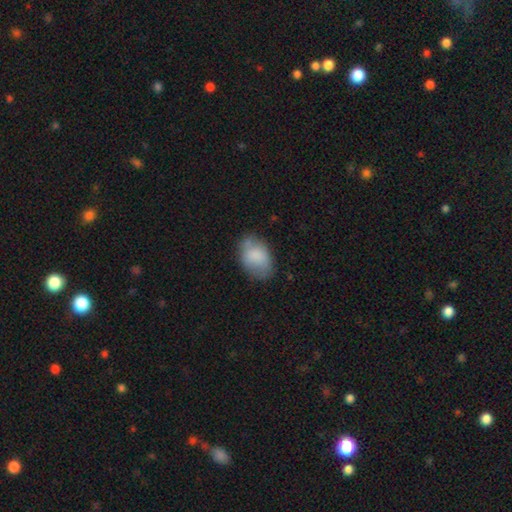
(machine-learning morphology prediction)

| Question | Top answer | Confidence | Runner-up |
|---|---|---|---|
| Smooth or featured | smooth | 80% | featured or disk (13%) |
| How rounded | in between | 83% | round (16%) |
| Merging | none | 61% | minor disturbance (27%) |